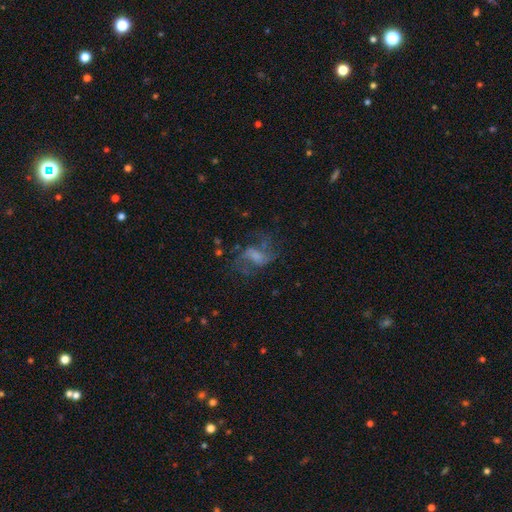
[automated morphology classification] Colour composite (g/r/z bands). It shows a featured or disk galaxy (64%) with a weak bar (46%), spiral arms (80%) and a small central bulge (33%). Merging: none (57%).